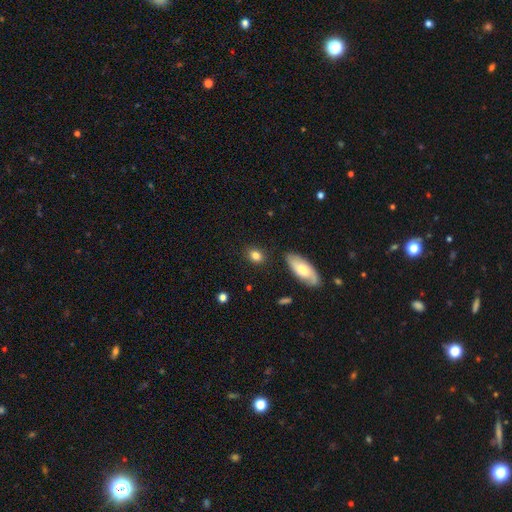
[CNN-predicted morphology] Smooth or featured? smooth (83%)
How rounded? in between (58%)
Merging? none (83%)